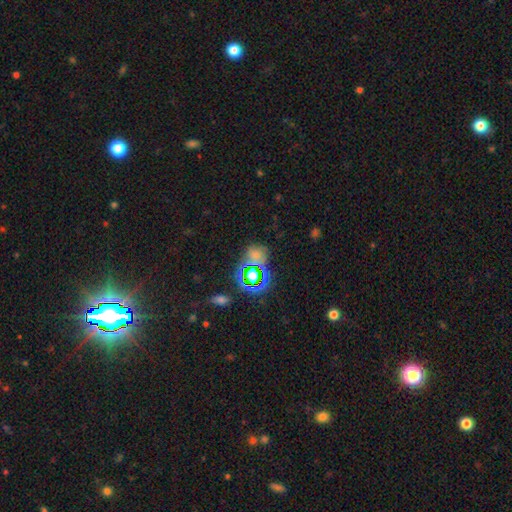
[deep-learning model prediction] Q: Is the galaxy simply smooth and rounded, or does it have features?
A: star or artifact — 61%.